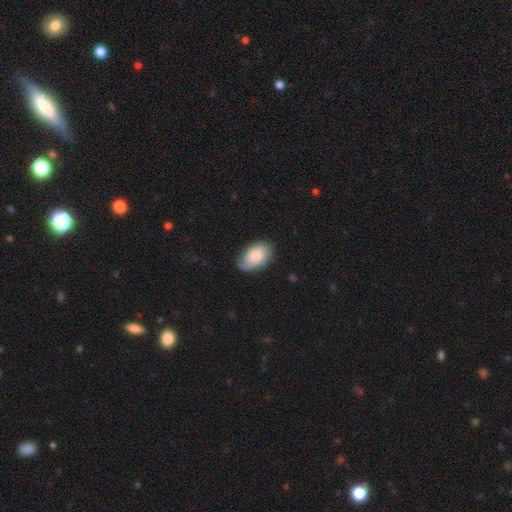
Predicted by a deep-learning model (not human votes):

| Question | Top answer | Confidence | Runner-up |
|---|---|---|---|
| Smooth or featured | smooth | 73% | featured or disk (21%) |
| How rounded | in between | 92% | round (6%) |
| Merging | none | 70% | minor disturbance (23%) |